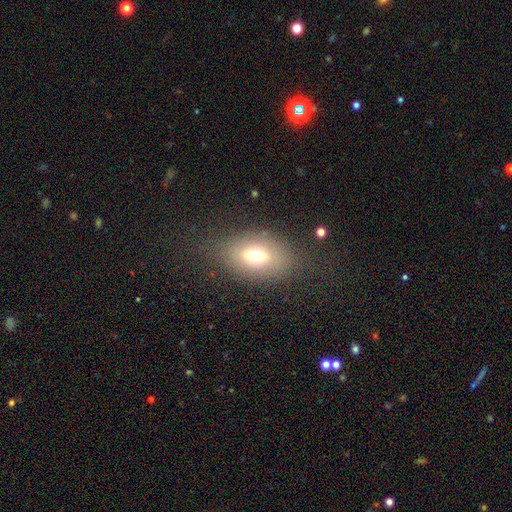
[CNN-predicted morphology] smooth 69%, featured or disk 19%, star or artifact 13%. Down the decision tree: how rounded — in between (78%); merging — none (68%).